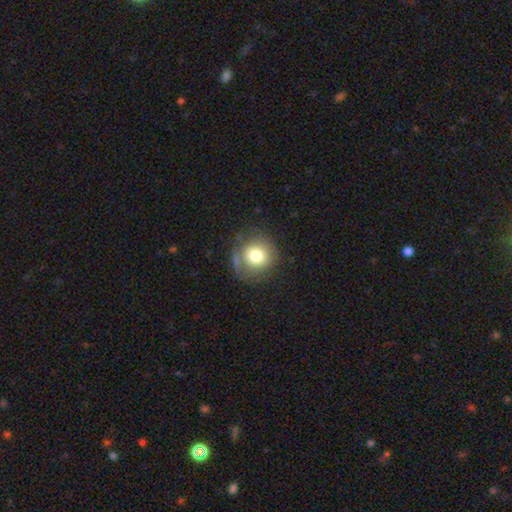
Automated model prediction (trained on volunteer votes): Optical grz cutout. It shows a smooth galaxy with no disk features (75%) that is round (90%). Merging: none (72%).